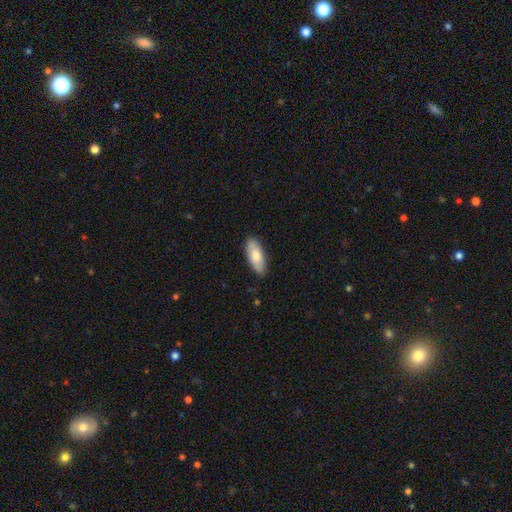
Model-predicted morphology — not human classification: Smooth or featured? smooth (78%)
How rounded? in between (78%)
Merging? none (86%)